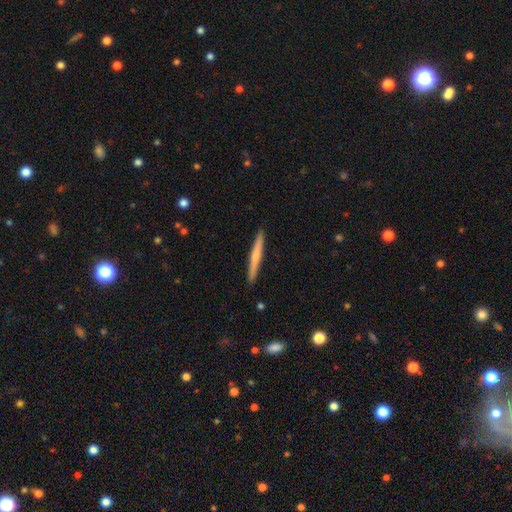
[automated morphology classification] Smooth or featured? smooth (53%)
How rounded? cigar-shaped (97%)
Merging? none (92%)